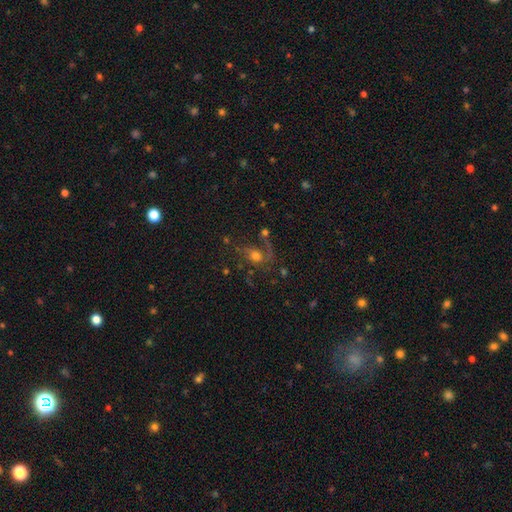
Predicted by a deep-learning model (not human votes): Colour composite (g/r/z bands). It shows a featured or disk galaxy (55%) with no bar (73%), spiral arms (81%) and a moderate central bulge (54%). Merging: none (49%).